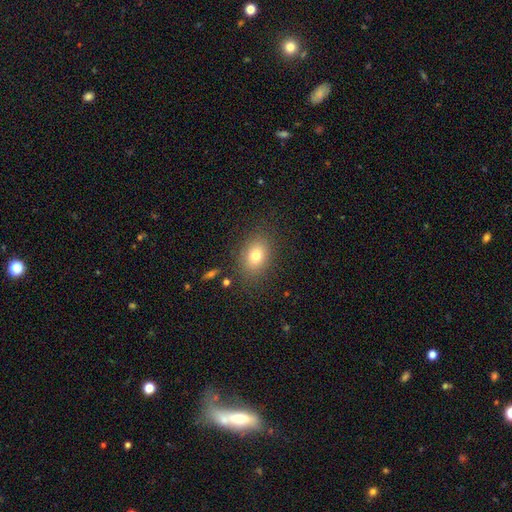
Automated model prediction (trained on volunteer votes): This is likely a smooth galaxy (75%). How rounded: likely in between (63%). Merging: clearly none (84%).